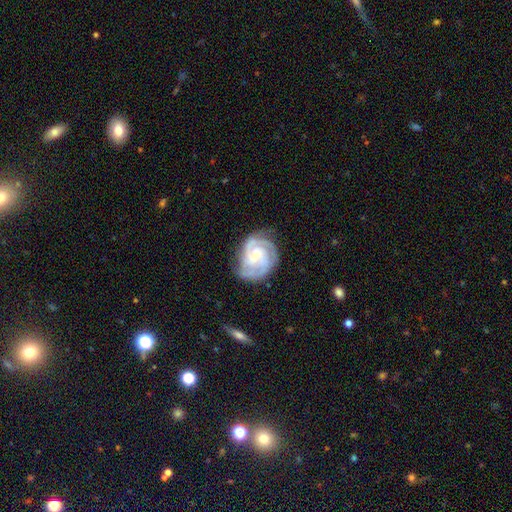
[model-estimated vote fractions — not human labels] smooth-or-featured: featured or disk: 87% | smooth: 8% | star or artifact: 5%
  disk-edge-on: no: 98% | yes: 2%
    bar: no: 47% | weak: 42% | strong: 11%
    has-spiral-arms: yes: 97% | no: 3%
      spiral-winding: tight: 61% | medium: 34% | loose: 5%
      spiral-arm-count: 3: 41% | 2: 28% | can't tell: 14% | 4: 8% | 1: 5% | more than 4: 4%
    bulge-size: small: 47% | none: 24% | moderate: 23% | large: 5% | dominant: 1%
  merging: none: 70% | minor disturbance: 19% | major disturbance: 9% | merger: 2%